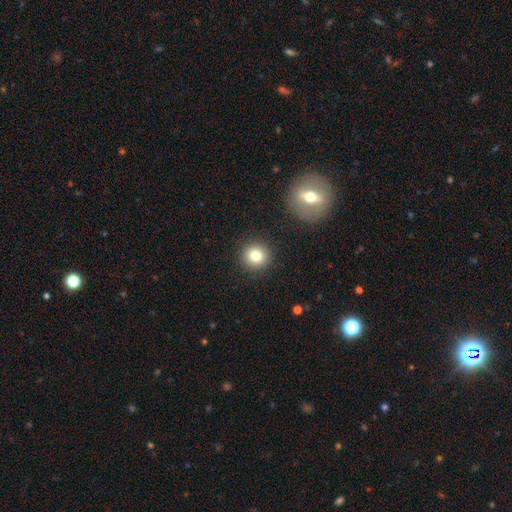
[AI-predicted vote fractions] This is clearly a smooth galaxy (81%). How rounded: clearly round (91%). Merging: clearly none (90%).